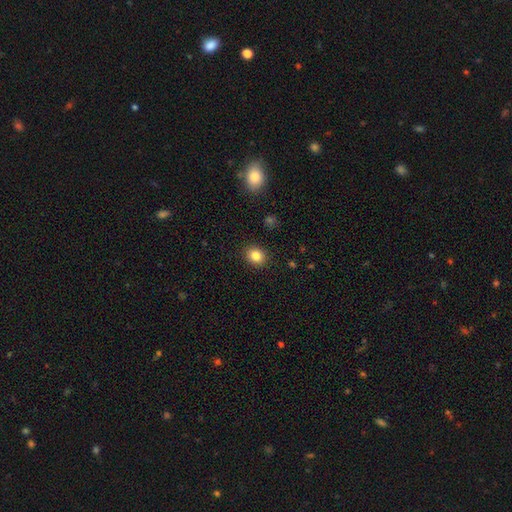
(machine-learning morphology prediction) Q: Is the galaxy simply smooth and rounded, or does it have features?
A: smooth — 83%.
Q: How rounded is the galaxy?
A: round — 71%.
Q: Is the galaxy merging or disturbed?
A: none — 91%.